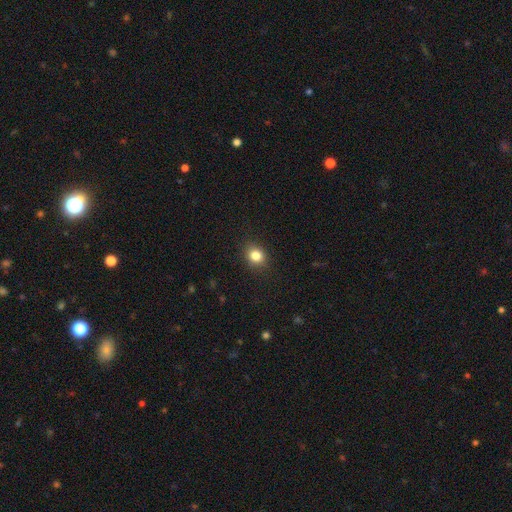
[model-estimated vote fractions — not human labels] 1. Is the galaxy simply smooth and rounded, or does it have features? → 83% smooth, 11% star or artifact, 6% featured or disk.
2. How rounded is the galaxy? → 66% round, 33% in between, 1% cigar-shaped.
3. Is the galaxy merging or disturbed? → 88% none, 9% minor disturbance, 2% major disturbance, 1% merger.